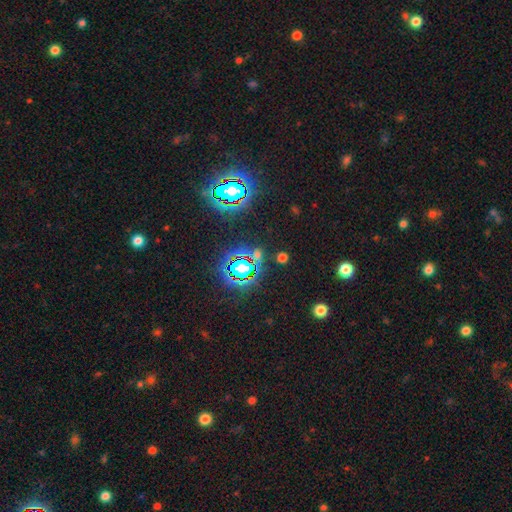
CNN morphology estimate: Overall: star or artifact (76%).